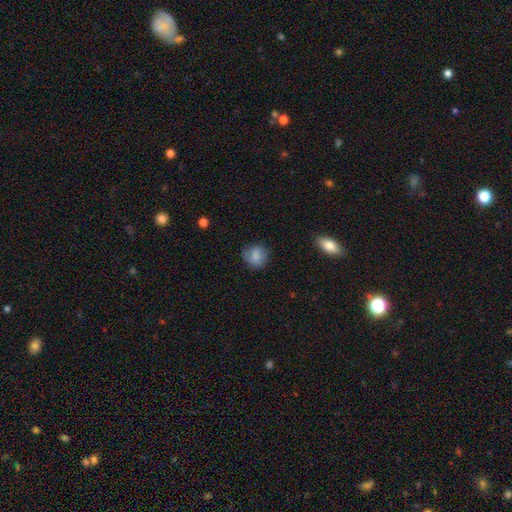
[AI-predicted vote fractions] Smooth or featured: smooth — 81% (featured or disk — 11%)
How rounded: round — 81% (in between — 18%)
Merging: none — 77% (minor disturbance — 17%)